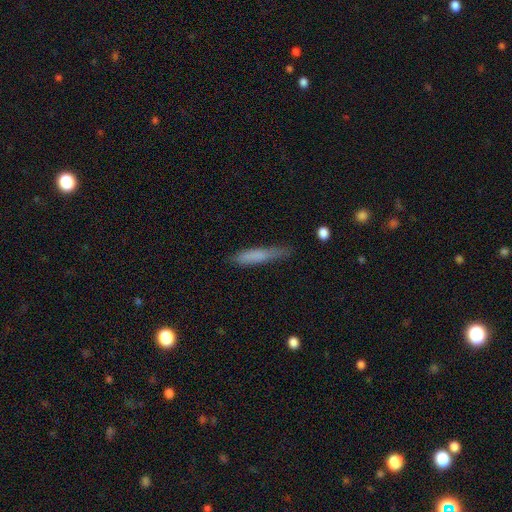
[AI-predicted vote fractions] Morphology: type=smooth (74%); roundness=cigar-shaped (90%); merging=none (70%).